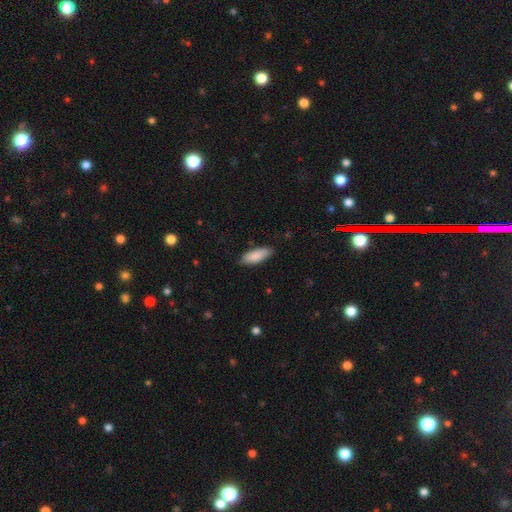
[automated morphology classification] Smooth or featured? Predicted: smooth (p=0.89). How rounded? Predicted: in between (p=0.75). Merging? Predicted: none (p=0.84).